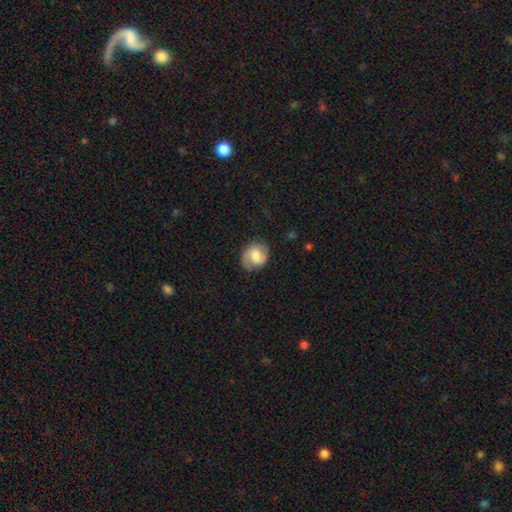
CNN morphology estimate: Q: Smooth or featured?
A: featured or disk (57%); runner-up: smooth (36%)
Q: Edge-on disk?
A: no (97%); runner-up: yes (3%)
Q: Bar?
A: no (45%); tied with: weak (45%)
Q: Spiral arms?
A: yes (90%); runner-up: no (10%)
Q: Bulge size?
A: moderate (47%); runner-up: large (22%)
Q: Merging?
A: none (78%); runner-up: minor disturbance (16%)